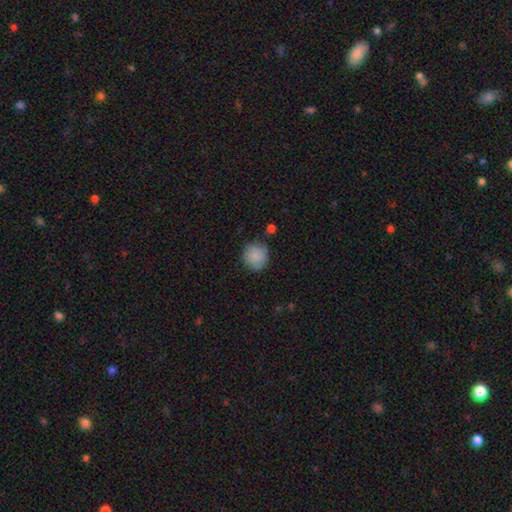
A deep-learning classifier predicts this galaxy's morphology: Smooth or featured: smooth — 88% (star or artifact — 7%)
How rounded: round — 88% (in between — 11%)
Merging: none — 78% (minor disturbance — 15%)